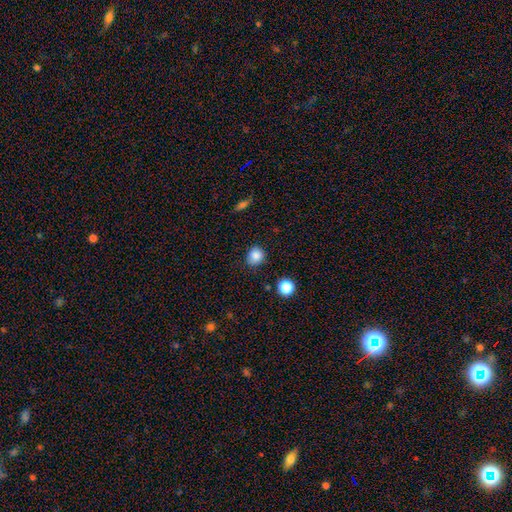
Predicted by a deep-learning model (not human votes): smooth_or_featured: smooth (p=0.86) [alt: star or artifact p=0.10]
how_rounded: round (p=0.81) [alt: in between p=0.18]
merging: none (p=0.83) [alt: minor disturbance p=0.12]